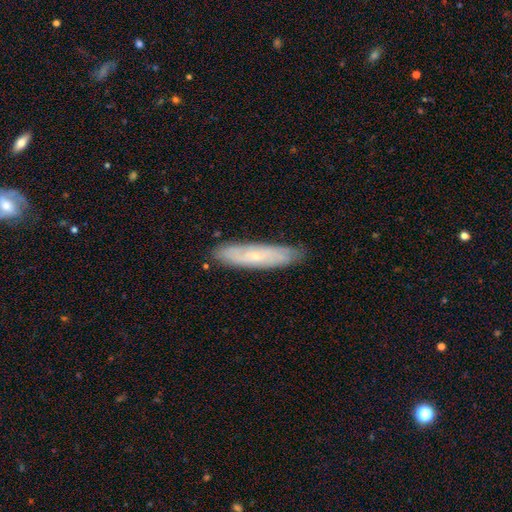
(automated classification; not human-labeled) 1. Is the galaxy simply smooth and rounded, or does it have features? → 48% featured or disk, 45% smooth, 7% star or artifact.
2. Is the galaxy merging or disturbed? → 83% none, 14% minor disturbance, 2% major disturbance, 1% merger.